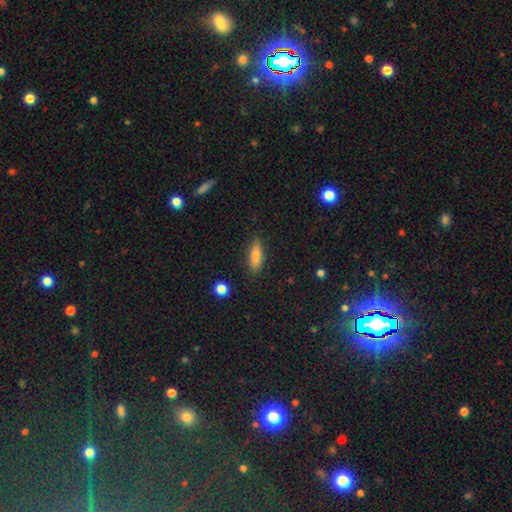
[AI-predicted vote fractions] This appears to be a smooth galaxy with no disk features (75%) that is in between round and cigar-shaped (52%). Merging: none (87%).